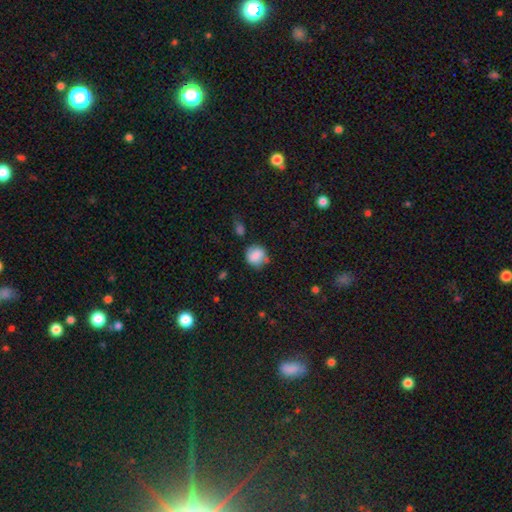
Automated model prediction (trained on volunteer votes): smooth_or_featured: smooth (p=0.81) [alt: featured or disk p=0.10]
how_rounded: round (p=0.82) [alt: in between p=0.17]
merging: none (p=0.65) [alt: minor disturbance p=0.22]